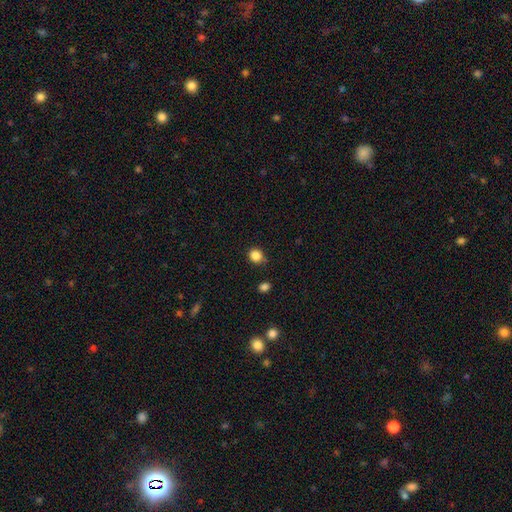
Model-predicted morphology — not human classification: The model was most divided on "how rounded": round: 78%, in between: 21%, cigar-shaped: 1%. More confident: smooth or featured — smooth (85%); merging — none (76%).